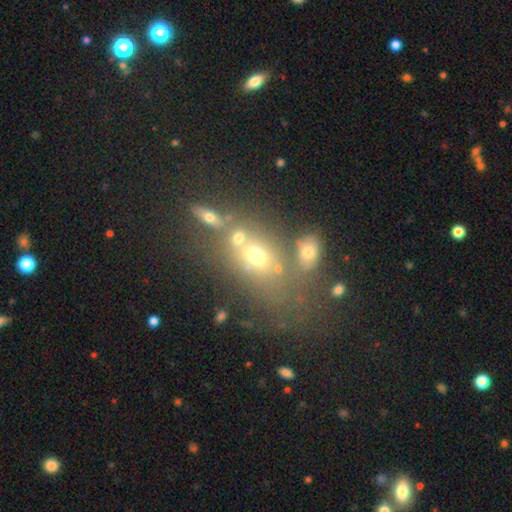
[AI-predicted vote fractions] This appears to be a smooth galaxy with no disk features (47%). Merging: none (40%).